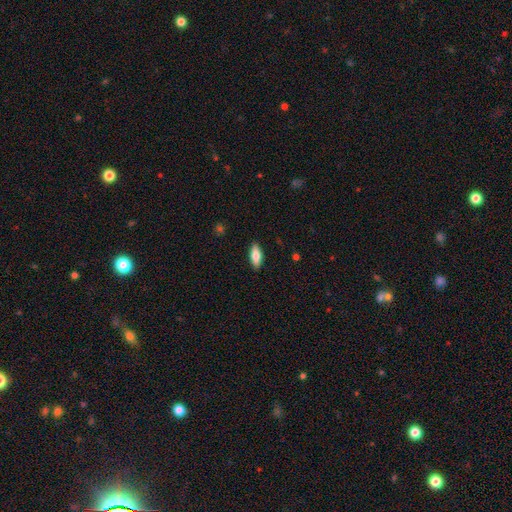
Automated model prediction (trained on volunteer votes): Smooth or featured? Predicted: smooth (p=0.77). How rounded? Predicted: in between (p=0.74). Merging? Predicted: none (p=0.89).